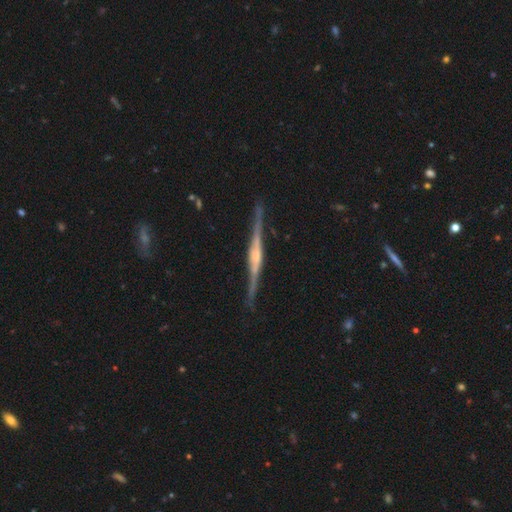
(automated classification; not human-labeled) A featured or disk galaxy (85%) viewed edge-on (98%) with a rounded central bulge (51%). Merging: none (88%).